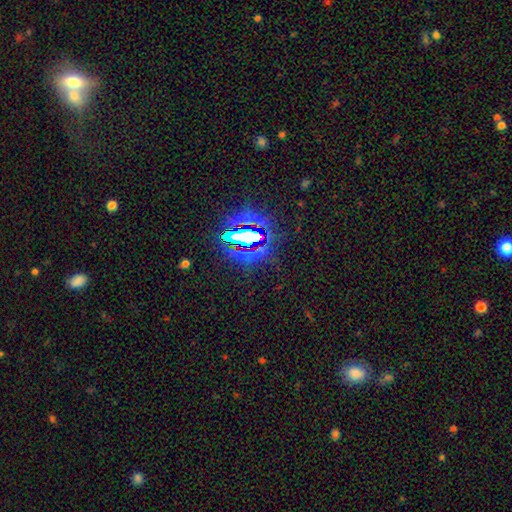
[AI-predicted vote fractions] A star or artifact, not a galaxy (82%).

Vote fractions:
- Smooth or featured? star or artifact: 82% / smooth: 11% / featured or disk: 8%